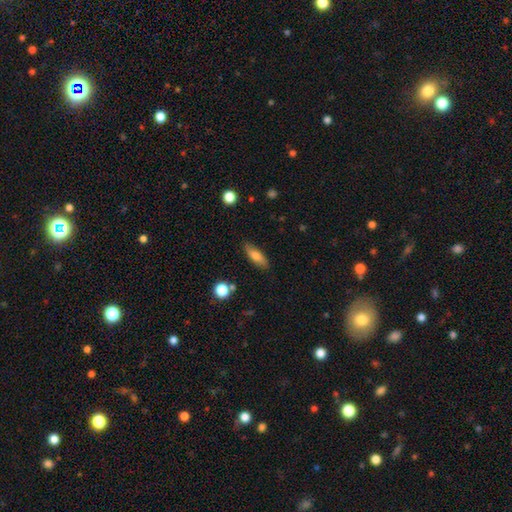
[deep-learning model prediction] A smooth galaxy with no disk features (70%) that is in between round and cigar-shaped (56%).

Vote fractions:
- Smooth or featured? smooth: 70% / featured or disk: 23% / star or artifact: 7%
- How rounded? in between: 56% / cigar-shaped: 41% / round: 3%
- Merging? none: 84% / minor disturbance: 12% / major disturbance: 2% / merger: 2%